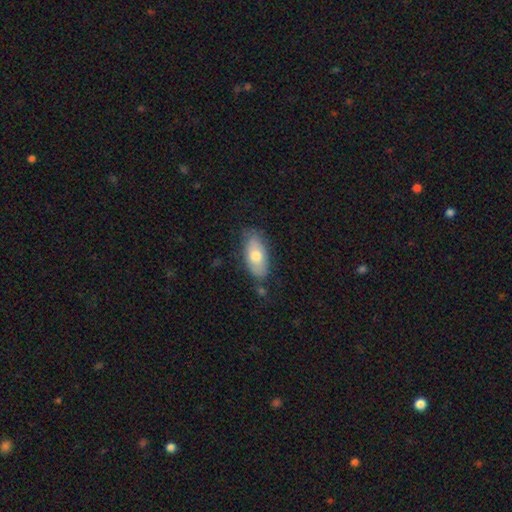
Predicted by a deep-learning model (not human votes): A smooth galaxy with no disk features (71%) that is in between round and cigar-shaped (89%).

Vote fractions:
- Smooth or featured? smooth: 71% / featured or disk: 23% / star or artifact: 6%
- How rounded? in between: 89% / cigar-shaped: 8% / round: 3%
- Merging? none: 75% / minor disturbance: 18% / major disturbance: 4% / merger: 3%